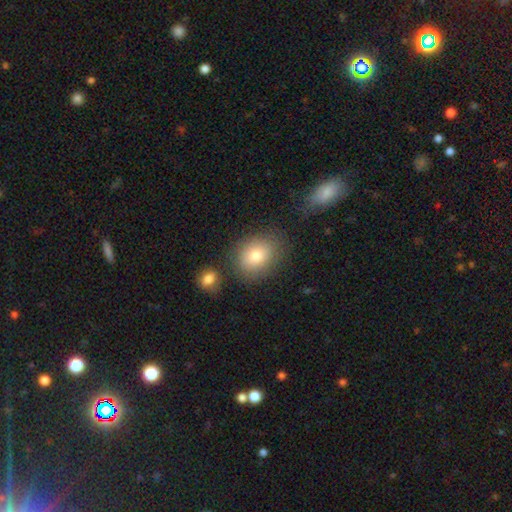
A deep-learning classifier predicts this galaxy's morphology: This appears to be a smooth galaxy with no disk features (80%) that is in between round and cigar-shaped (55%). Merging: none (73%).